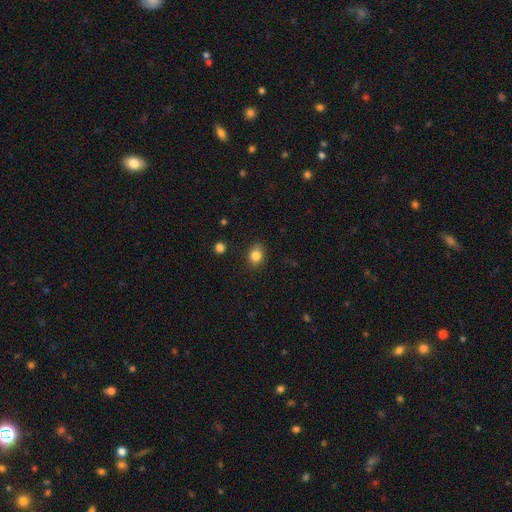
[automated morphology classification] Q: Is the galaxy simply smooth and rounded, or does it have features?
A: smooth — 83%.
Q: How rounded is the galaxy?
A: in between — 53%.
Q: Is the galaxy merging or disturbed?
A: none — 85%.